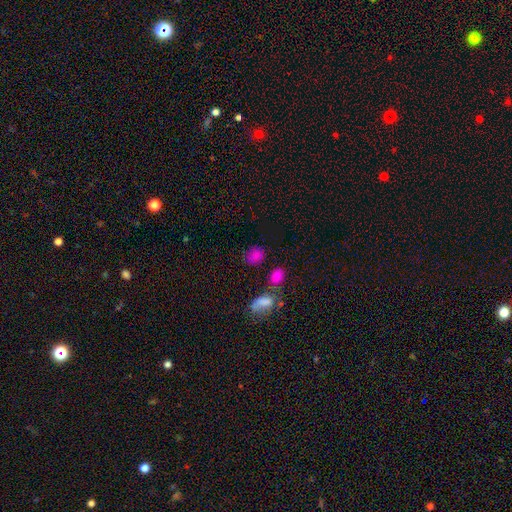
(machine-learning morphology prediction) Overall: smooth (79%). How rounded: in between (58%; round 40%). Merging: none (60%).